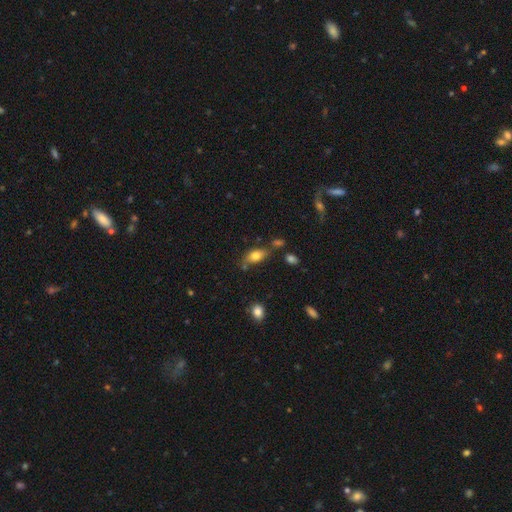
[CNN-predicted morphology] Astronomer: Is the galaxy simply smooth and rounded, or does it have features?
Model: smooth — 78%.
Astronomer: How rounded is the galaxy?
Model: in between — 87%.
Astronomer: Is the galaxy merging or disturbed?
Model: none — 62%.